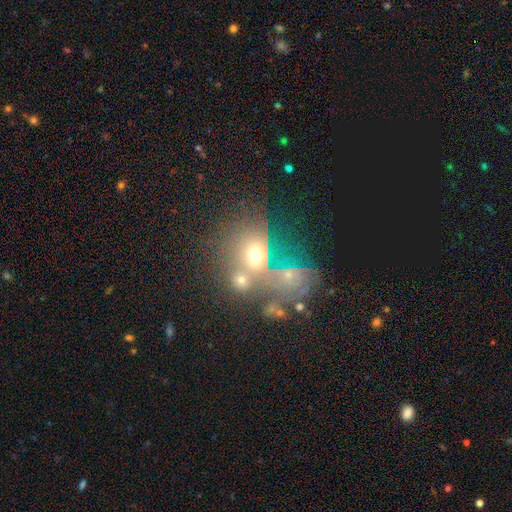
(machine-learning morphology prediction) This appears to be a smooth galaxy with no disk features (52%) that is round (58%). Merging: merger (50%).